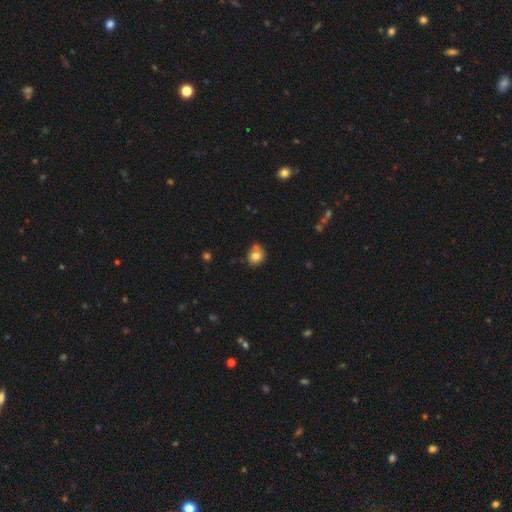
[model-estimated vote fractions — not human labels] Overall: smooth (80%). How rounded: round (70%). Merging: none (59%).